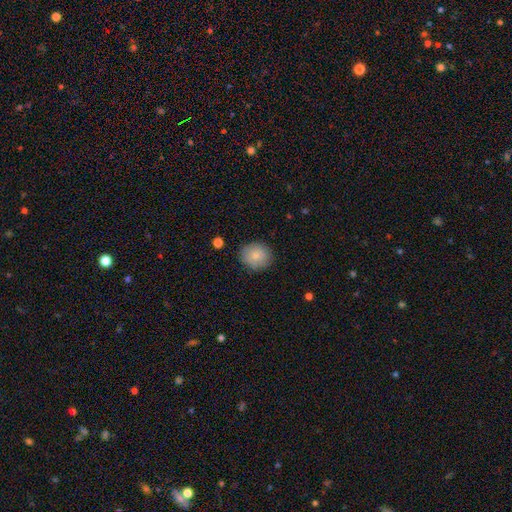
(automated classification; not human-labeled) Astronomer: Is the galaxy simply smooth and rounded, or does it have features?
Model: smooth — 83%.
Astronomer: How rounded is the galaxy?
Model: round — 82%.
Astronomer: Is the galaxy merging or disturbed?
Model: none — 86%.